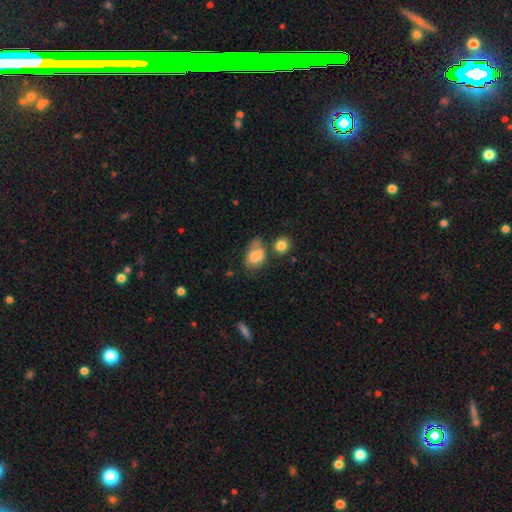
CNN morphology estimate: This is likely a smooth galaxy (74%). How rounded: clearly in between (83%). Merging: marginally none (37%).